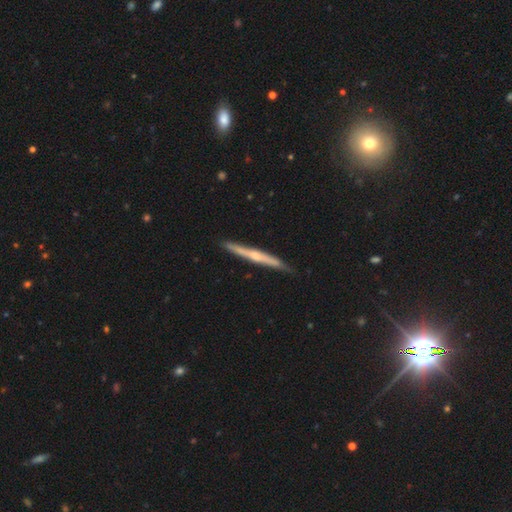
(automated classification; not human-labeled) A featured or disk galaxy (66%) viewed edge-on (97%) with a rounded central bulge (62%).

Vote fractions:
- Smooth or featured? featured or disk: 66% / smooth: 28% / star or artifact: 5%
- Edge-on disk? yes: 97% / no: 3%
- Edge-on bulge? rounded: 62% / none: 31% / boxy: 7%
- Merging? none: 87% / minor disturbance: 10% / major disturbance: 1% / merger: 1%